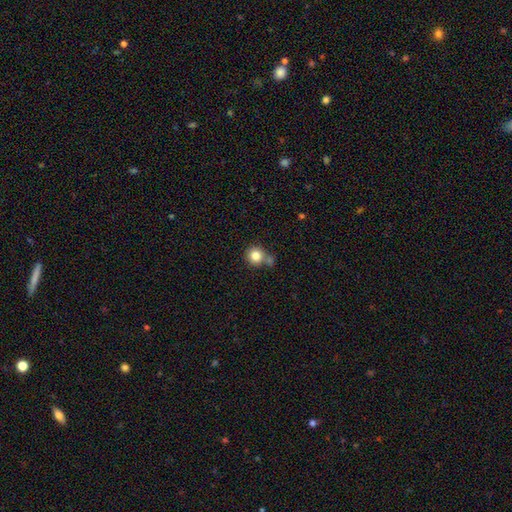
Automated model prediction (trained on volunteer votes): Overall: smooth (82%). How rounded: round (91%). Merging: none (61%; merger 23%).